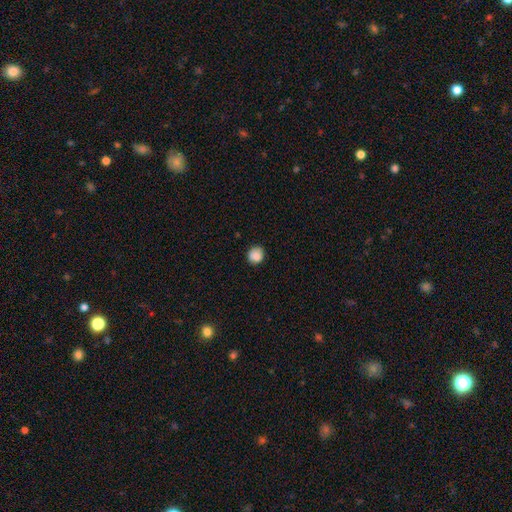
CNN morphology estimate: The model was most divided on "how rounded": round: 83%, in between: 16%, cigar-shaped: 1%. More confident: smooth or featured — smooth (86%); merging — none (82%).